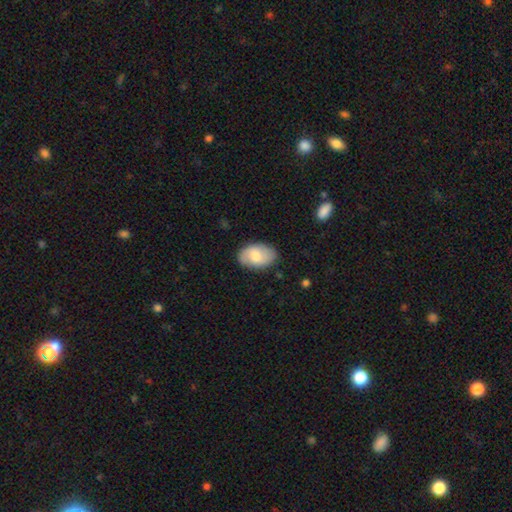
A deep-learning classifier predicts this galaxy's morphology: A smooth galaxy with no disk features (61%) that is in between round and cigar-shaped (89%).

Vote fractions:
- Smooth or featured? smooth: 61% / featured or disk: 33% / star or artifact: 6%
- How rounded? in between: 89% / round: 10% / cigar-shaped: 1%
- Merging? none: 82% / minor disturbance: 14% / major disturbance: 3% / merger: 1%